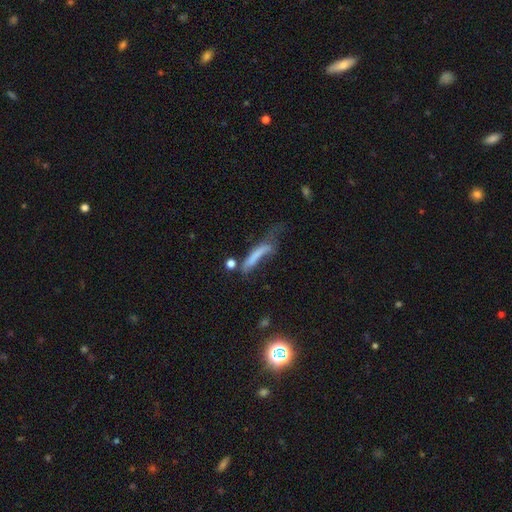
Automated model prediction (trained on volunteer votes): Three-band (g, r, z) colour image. It shows a smooth galaxy with no disk features (60%) that is cigar-shaped (83%). Merging: major disturbance (37%).